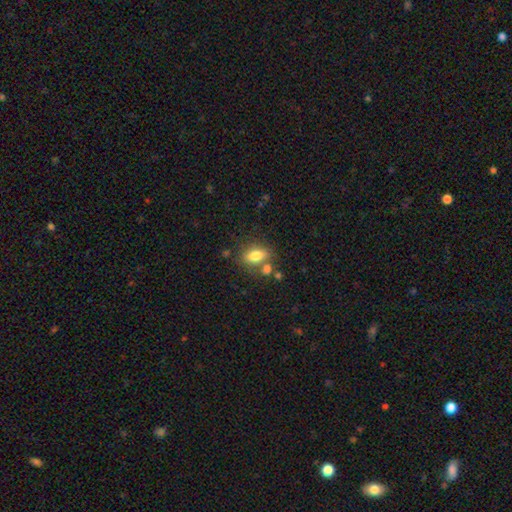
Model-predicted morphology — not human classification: smooth 78%, featured or disk 13%, star or artifact 9%. Down the decision tree: how rounded — in between (83%); merging — none (64%).